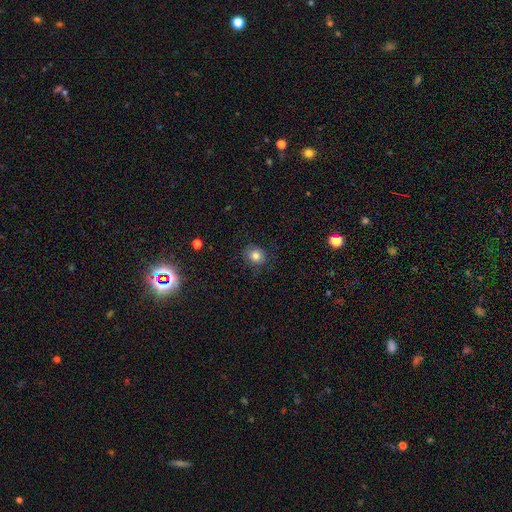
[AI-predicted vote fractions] smooth_or_featured: smooth (p=0.80) [alt: star or artifact p=0.11]
how_rounded: round (p=0.77) [alt: in between p=0.22]
merging: none (p=0.81) [alt: minor disturbance p=0.14]